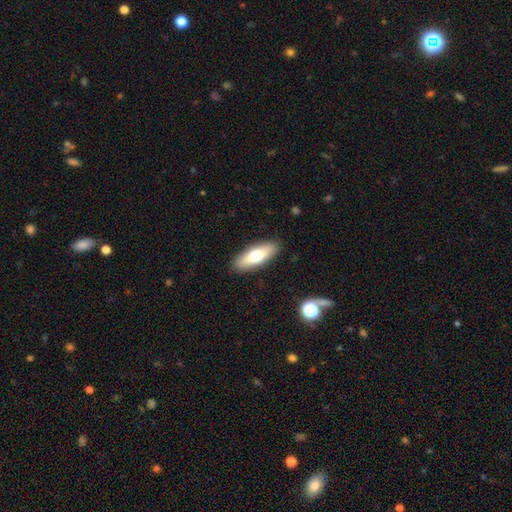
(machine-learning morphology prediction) Smooth or featured? smooth (66%)
How rounded? in between (58%)
Merging? none (89%)